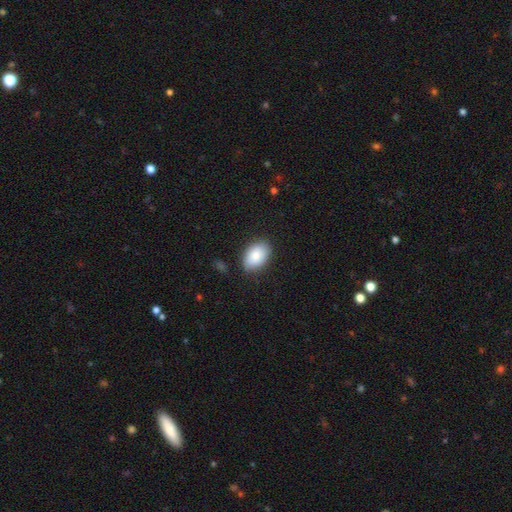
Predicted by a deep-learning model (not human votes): Smooth or featured? smooth (86%)
How rounded? in between (89%)
Merging? none (82%)